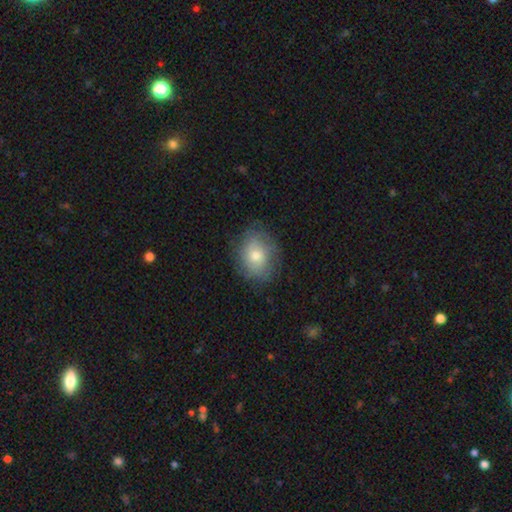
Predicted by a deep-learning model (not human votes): This is likely a smooth galaxy (62%). How rounded: possibly round (51%). Merging: likely none (75%).